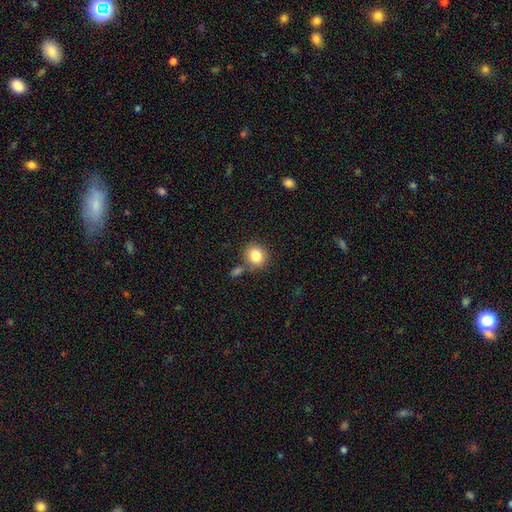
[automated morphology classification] Smooth or featured? smooth (84%)
How rounded? round (77%)
Merging? none (73%)